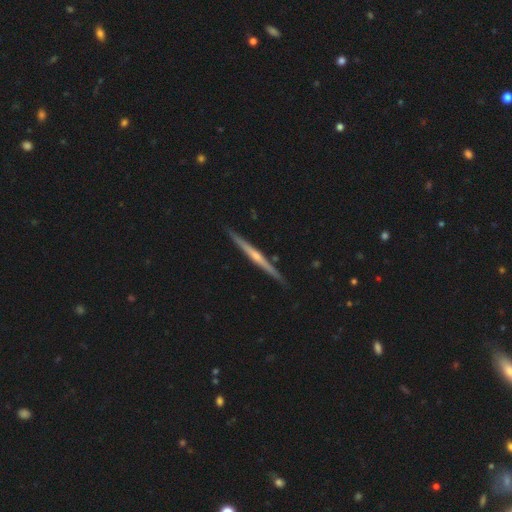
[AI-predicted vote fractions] Smooth or featured: featured or disk — 78% (smooth — 15%)
Edge-on disk: yes — 98% (no — 2%)
Edge-on bulge: rounded — 69% (none — 23%)
Merging: none — 90% (minor disturbance — 7%)